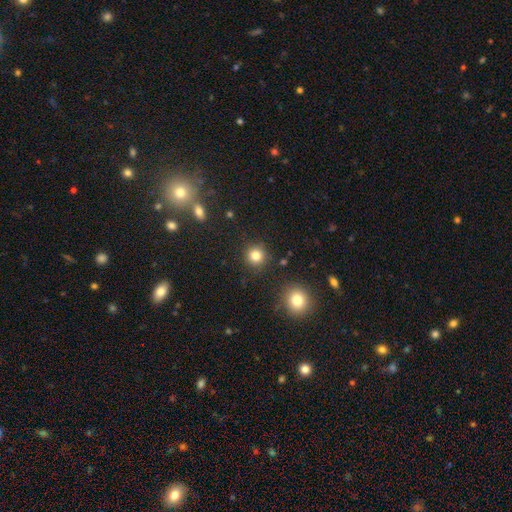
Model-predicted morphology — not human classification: This appears to be a smooth galaxy with no disk features (82%) that is round (93%). Merging: none (89%).